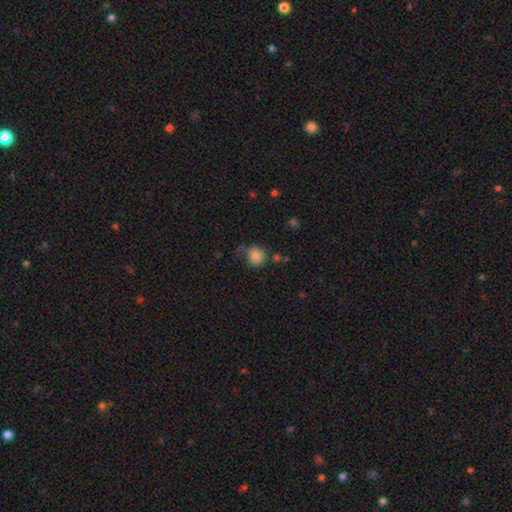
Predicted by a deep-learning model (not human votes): The model was most divided on "merging": none: 65%, minor disturbance: 22%, major disturbance: 8%, merger: 5%. More confident: how rounded — round (83%); smooth or featured — smooth (82%).